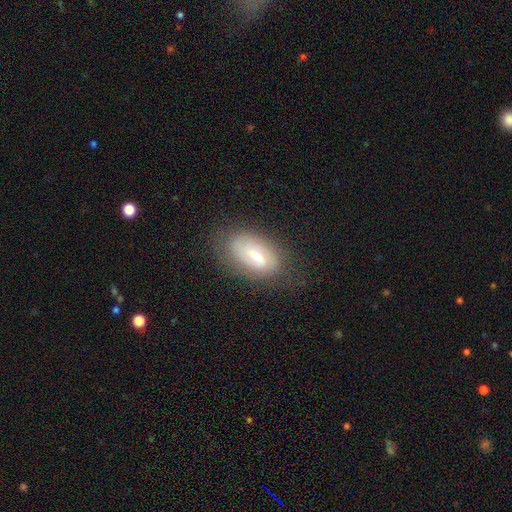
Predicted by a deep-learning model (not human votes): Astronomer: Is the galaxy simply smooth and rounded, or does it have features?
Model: featured or disk — 48% (runner-up: smooth, 44%).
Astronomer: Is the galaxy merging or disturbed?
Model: none — 71%.